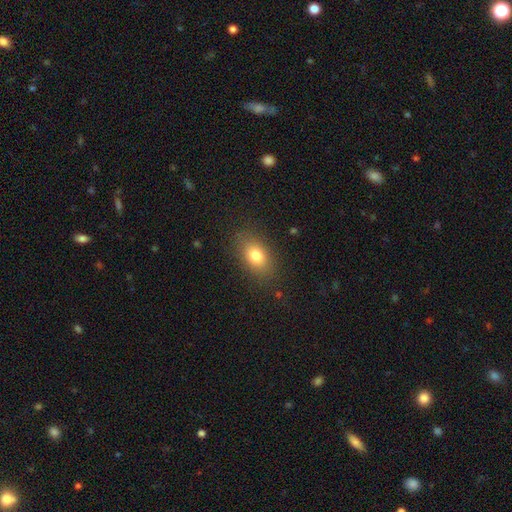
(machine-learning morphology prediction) This is likely a smooth galaxy (78%). How rounded: clearly in between (82%). Merging: clearly none (84%).